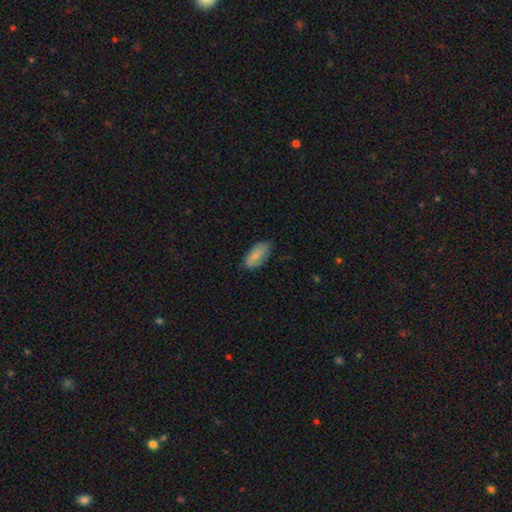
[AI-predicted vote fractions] smooth_or_featured: smooth (p=0.79) [alt: featured or disk p=0.15]
how_rounded: in between (p=0.89) [alt: cigar-shaped p=0.09]
merging: none (p=0.70) [alt: minor disturbance p=0.25]